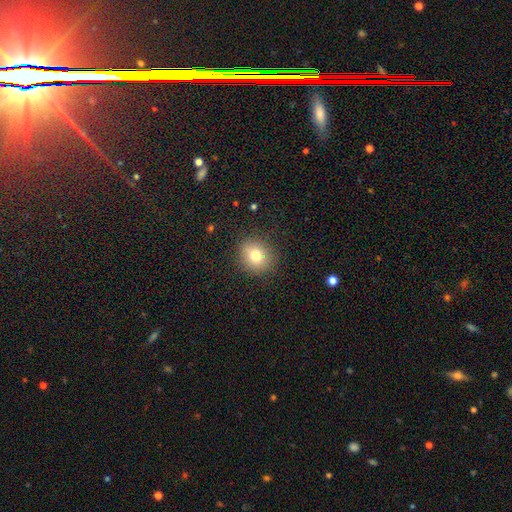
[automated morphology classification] Smooth or featured? smooth (76%)
How rounded? round (77%)
Merging? none (86%)